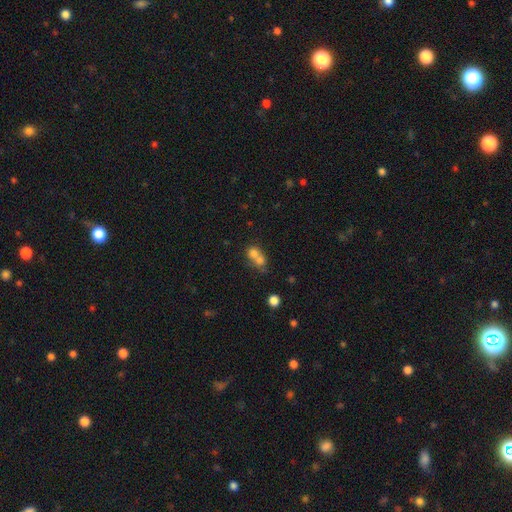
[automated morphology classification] Smooth or featured?
  - smooth: 70% *
  - featured or disk: 17%
  - star or artifact: 12%
How rounded?
  - round: 66% *
  - in between: 33%
  - cigar-shaped: 2%
Merging?
  - merger: 67% *
  - none: 23%
  - minor disturbance: 6%
  - major disturbance: 4%